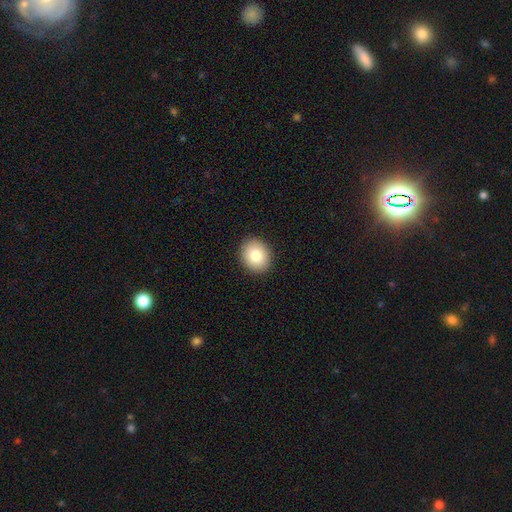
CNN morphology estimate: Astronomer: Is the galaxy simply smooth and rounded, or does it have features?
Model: smooth — 82%.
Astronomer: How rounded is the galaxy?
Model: round — 63%.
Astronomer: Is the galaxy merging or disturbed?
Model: none — 91%.